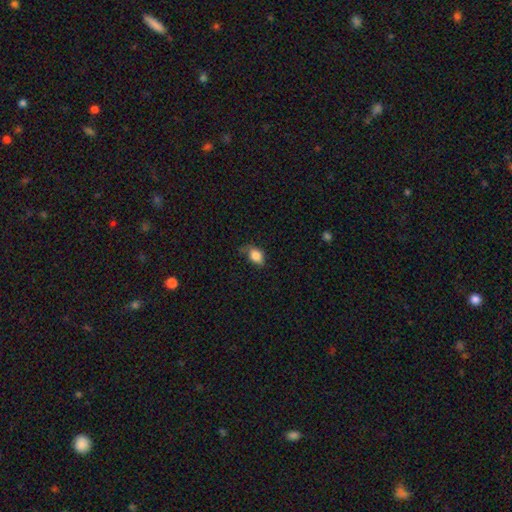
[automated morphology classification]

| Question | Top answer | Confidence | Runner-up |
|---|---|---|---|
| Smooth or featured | smooth | 82% | featured or disk (9%) |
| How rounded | in between | 69% | round (29%) |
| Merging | none | 45% | minor disturbance (37%) |